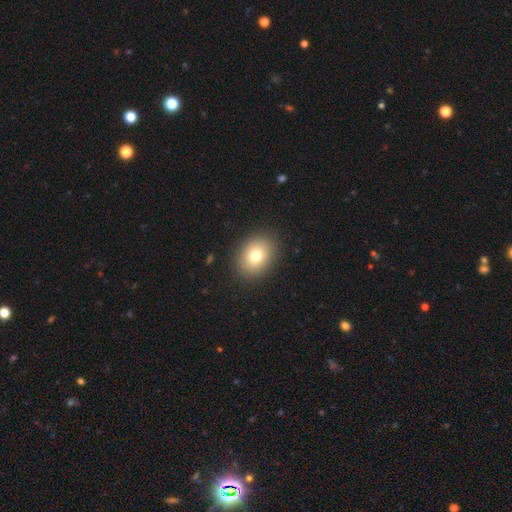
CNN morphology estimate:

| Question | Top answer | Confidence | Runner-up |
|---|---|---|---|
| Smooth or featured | smooth | 78% | featured or disk (12%) |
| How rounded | in between | 63% | round (36%) |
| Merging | none | 88% | minor disturbance (8%) |